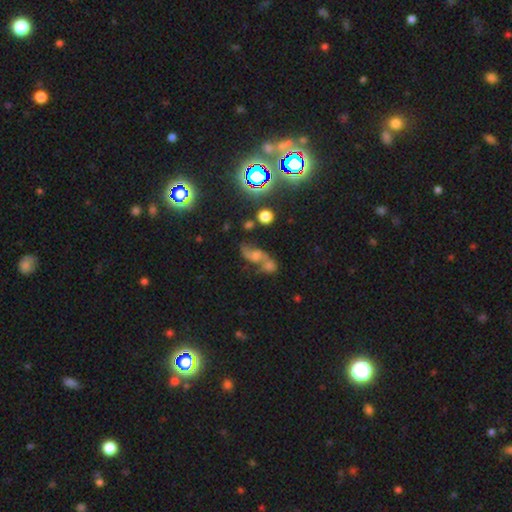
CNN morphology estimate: Smooth or featured: featured or disk — 52% (star or artifact — 26%)
Edge-on disk: no — 93% (yes — 7%)
Merging: merger — 52% (none — 28%)